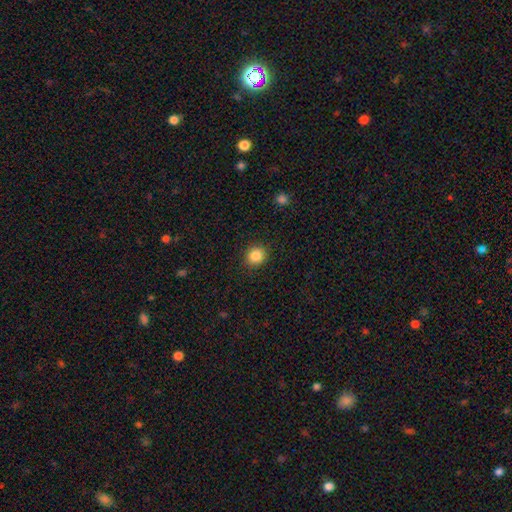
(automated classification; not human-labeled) This is clearly a smooth galaxy (85%). How rounded: clearly round (84%). Merging: clearly none (90%).